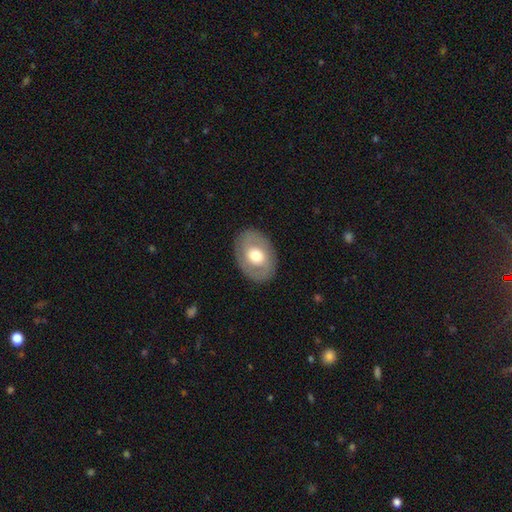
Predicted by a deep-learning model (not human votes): Smooth or featured? Predicted: smooth (p=0.50). Merging? Predicted: none (p=0.85).